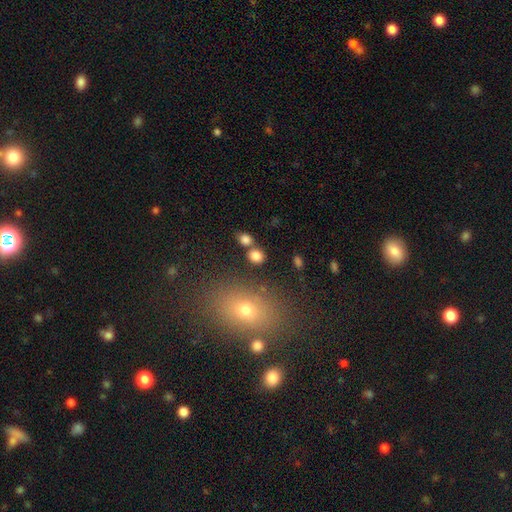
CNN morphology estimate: Smooth or featured: smooth — 81% (star or artifact — 13%)
How rounded: round — 70% (in between — 28%)
Merging: none — 69% (merger — 19%)